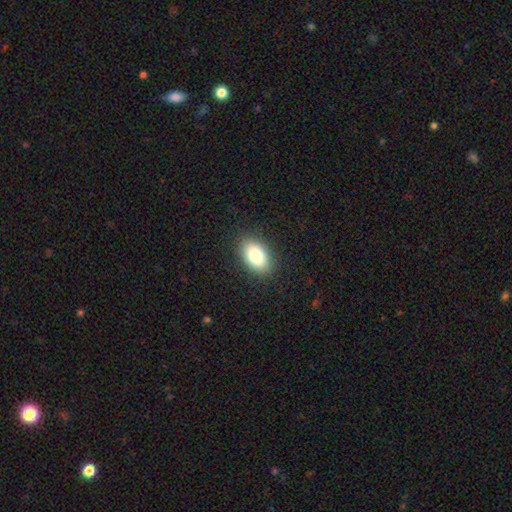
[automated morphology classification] This is clearly a smooth galaxy (83%). How rounded: clearly in between (90%). Merging: clearly none (88%).